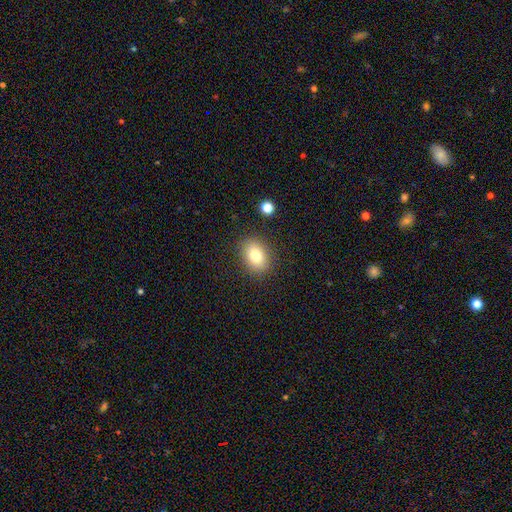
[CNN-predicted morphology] smooth 79%, featured or disk 11%, star or artifact 10%. Down the decision tree: how rounded — in between (64%); merging — none (86%).